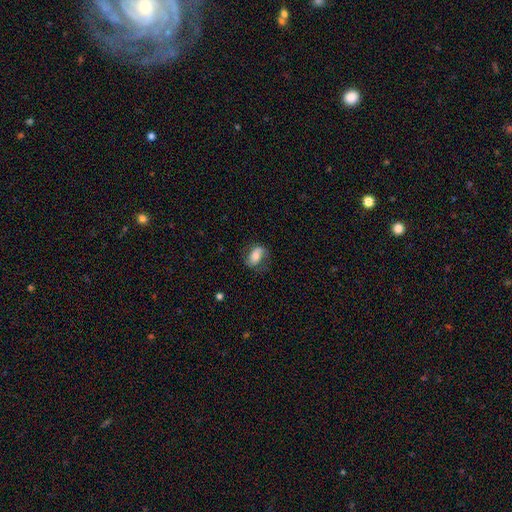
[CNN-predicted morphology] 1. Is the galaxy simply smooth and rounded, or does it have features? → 54% smooth, 38% featured or disk, 8% star or artifact.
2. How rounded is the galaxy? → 83% in between, 14% round, 3% cigar-shaped.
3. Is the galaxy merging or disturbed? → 65% none, 22% minor disturbance, 11% major disturbance, 1% merger.